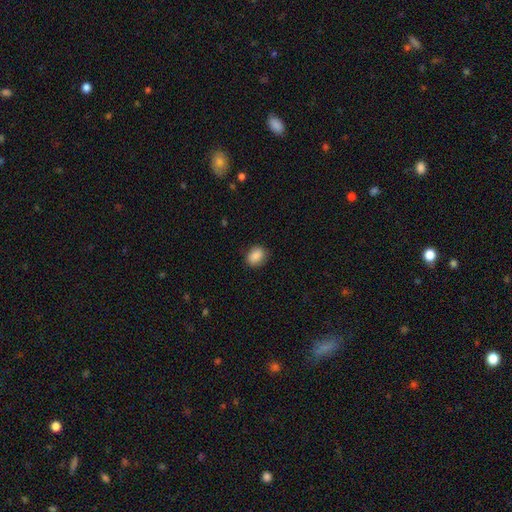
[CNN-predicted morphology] type=smooth (88%); roundness=in between (66%); merging=none (83%).